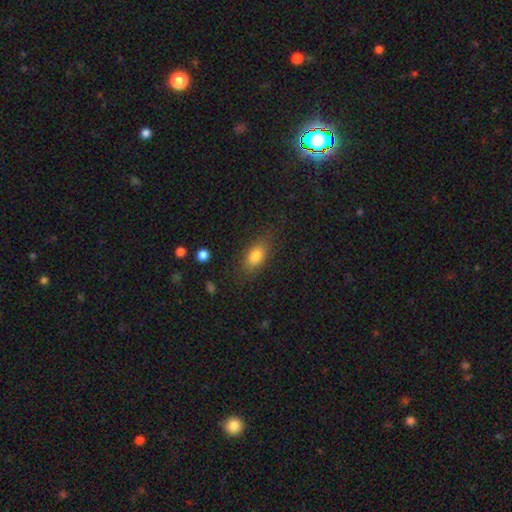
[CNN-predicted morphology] Smooth or featured?
  - smooth: 80% *
  - featured or disk: 12%
  - star or artifact: 8%
How rounded?
  - in between: 84% *
  - cigar-shaped: 9%
  - round: 7%
Merging?
  - none: 79% *
  - minor disturbance: 14%
  - major disturbance: 5%
  - merger: 2%